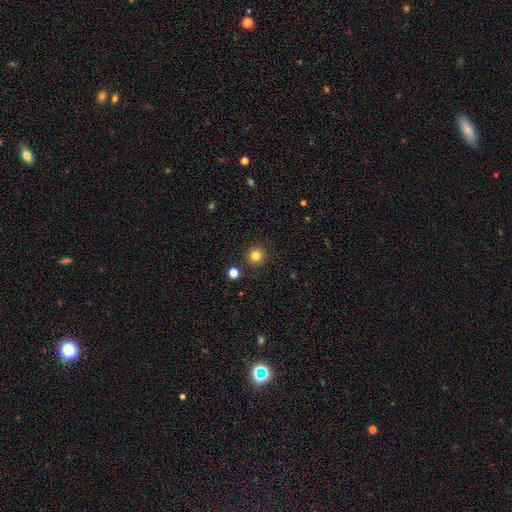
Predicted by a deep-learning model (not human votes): Smooth or featured?
  - smooth: 82% *
  - star or artifact: 13%
  - featured or disk: 5%
How rounded?
  - round: 95% *
  - in between: 4%
  - cigar-shaped: 1%
Merging?
  - none: 90% *
  - minor disturbance: 6%
  - merger: 3%
  - major disturbance: 2%